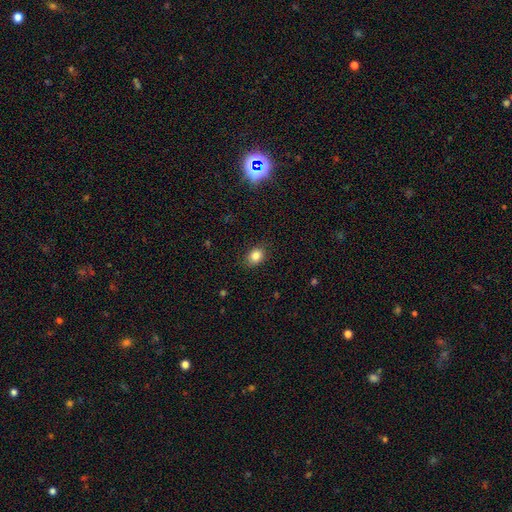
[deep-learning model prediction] This appears to be a smooth galaxy with no disk features (84%) that is in between round and cigar-shaped (59%). Merging: none (83%).